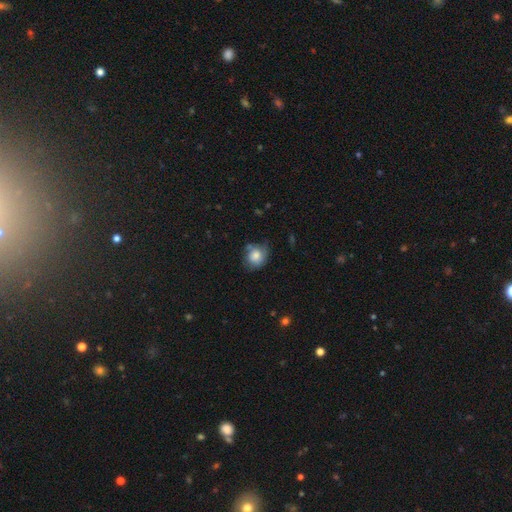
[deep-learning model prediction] Smooth or featured: smooth — 75% (featured or disk — 17%)
How rounded: round — 74% (in between — 25%)
Merging: none — 55% (minor disturbance — 31%)